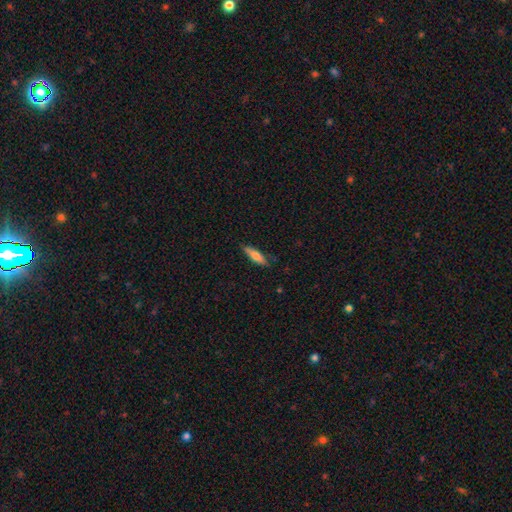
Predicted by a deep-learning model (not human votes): A smooth galaxy with no disk features (71%) that is cigar-shaped (67%). Merging: none (80%).